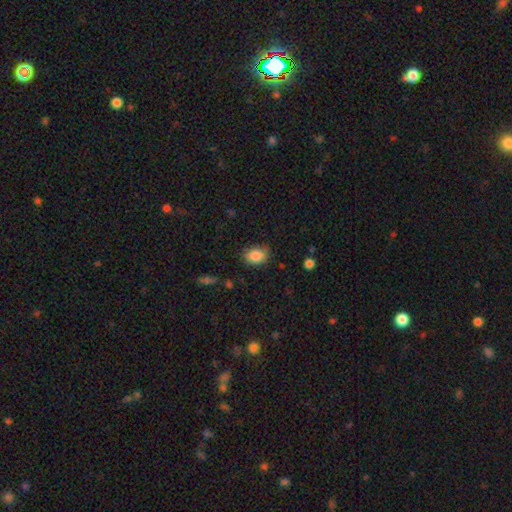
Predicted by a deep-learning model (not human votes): This appears to be a smooth galaxy with no disk features (87%) that is in between round and cigar-shaped (73%). Merging: none (77%).